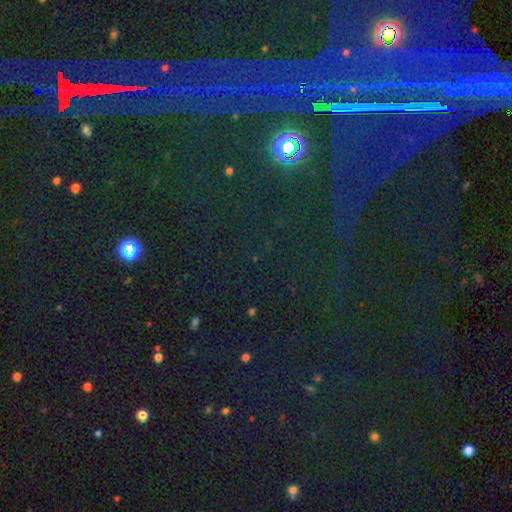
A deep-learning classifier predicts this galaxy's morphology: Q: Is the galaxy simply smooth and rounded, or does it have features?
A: star or artifact — 85%.